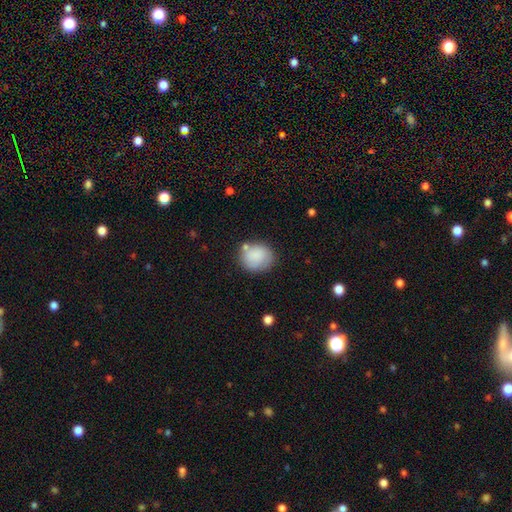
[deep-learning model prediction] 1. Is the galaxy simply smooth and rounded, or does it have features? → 84% smooth, 9% featured or disk, 7% star or artifact.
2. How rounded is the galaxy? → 73% round, 26% in between, 1% cigar-shaped.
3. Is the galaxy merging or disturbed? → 68% none, 18% minor disturbance, 9% merger, 6% major disturbance.